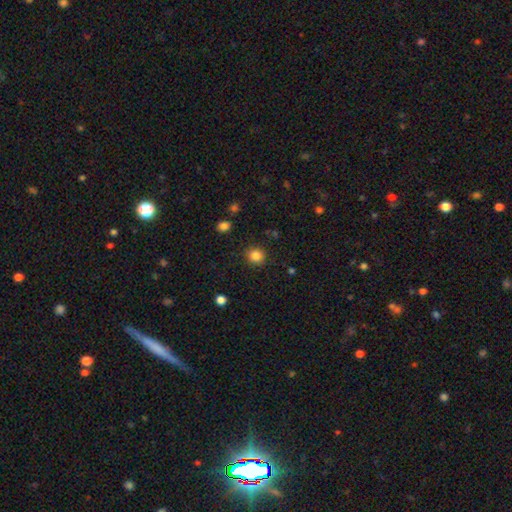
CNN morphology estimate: smooth_or_featured: smooth (p=0.85) [alt: star or artifact p=0.11]
how_rounded: round (p=0.89) [alt: in between p=0.10]
merging: none (p=0.90) [alt: minor disturbance p=0.07]